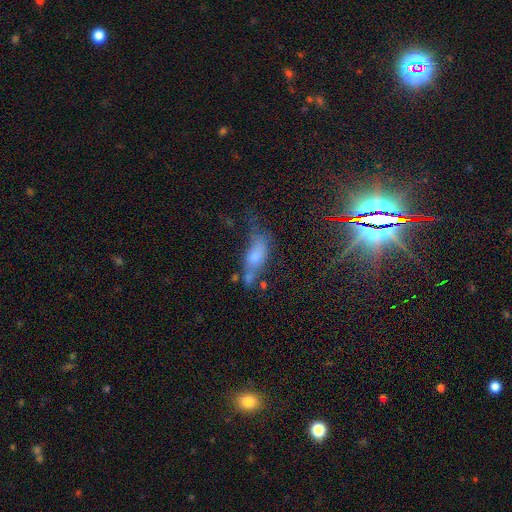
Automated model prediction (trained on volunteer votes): Smooth or featured?
  - smooth: 54% *
  - featured or disk: 32%
  - star or artifact: 14%
How rounded?
  - in between: 68% *
  - cigar-shaped: 27%
  - round: 5%
Merging?
  - none: 31% *
  - major disturbance: 26%
  - minor disturbance: 25%
  - merger: 18%